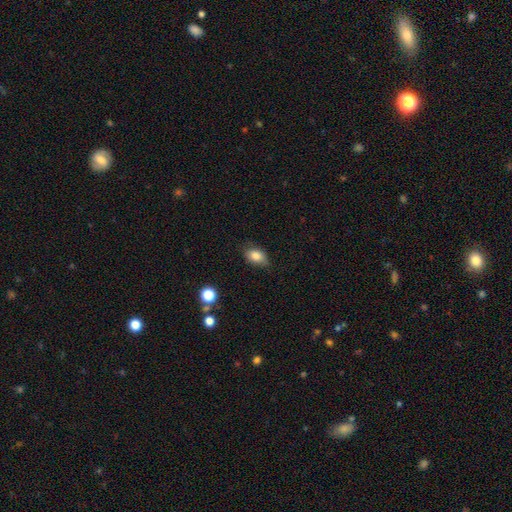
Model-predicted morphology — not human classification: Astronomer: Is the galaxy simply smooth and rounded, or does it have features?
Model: smooth — 84%.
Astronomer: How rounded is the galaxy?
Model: in between — 83%.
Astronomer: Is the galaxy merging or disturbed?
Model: none — 72%.